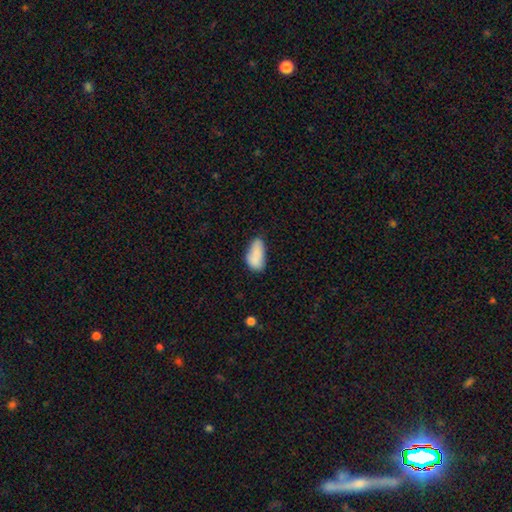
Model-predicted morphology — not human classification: smooth_or_featured: smooth (p=0.84) [alt: featured or disk p=0.08]
how_rounded: in between (p=0.91) [alt: cigar-shaped p=0.05]
merging: none (p=0.48) [alt: minor disturbance p=0.35]